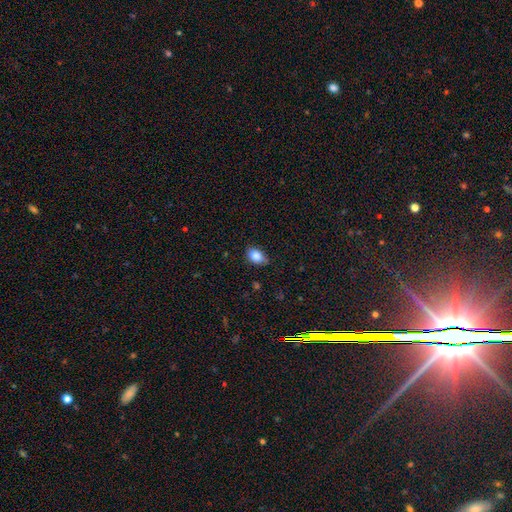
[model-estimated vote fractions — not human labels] Smooth or featured? smooth (85%)
How rounded? in between (78%)
Merging? none (72%)